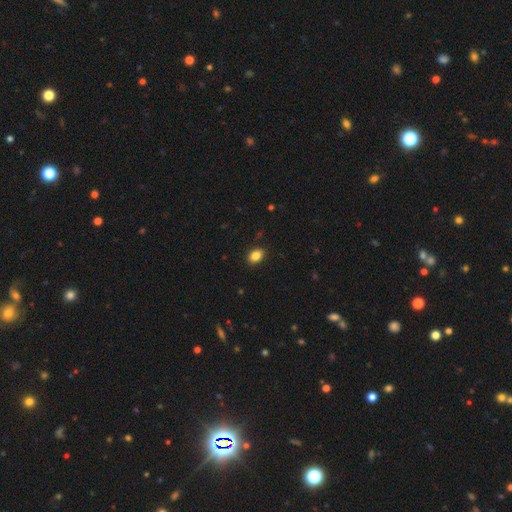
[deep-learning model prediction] smooth_or_featured: smooth (p=0.86) [alt: star or artifact p=0.09]
how_rounded: in between (p=0.81) [alt: round p=0.17]
merging: none (p=0.88) [alt: minor disturbance p=0.09]